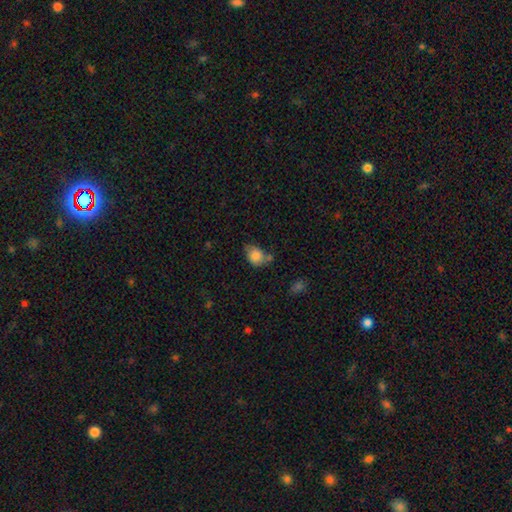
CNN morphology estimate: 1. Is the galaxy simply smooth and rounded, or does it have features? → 84% smooth, 9% star or artifact, 8% featured or disk.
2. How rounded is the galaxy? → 58% in between, 41% round, 1% cigar-shaped.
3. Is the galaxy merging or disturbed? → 50% none, 27% minor disturbance, 15% merger, 7% major disturbance.